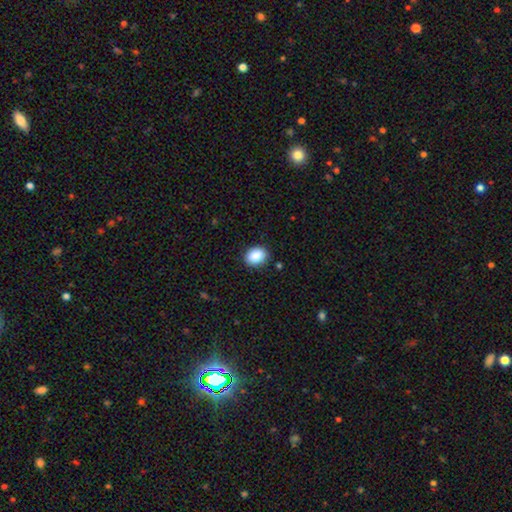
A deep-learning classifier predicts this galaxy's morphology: A smooth galaxy with no disk features (88%) that is in between round and cigar-shaped (66%).

Vote fractions:
- Smooth or featured? smooth: 88% / star or artifact: 8% / featured or disk: 3%
- How rounded? in between: 66% / round: 33% / cigar-shaped: 1%
- Merging? none: 87% / minor disturbance: 9% / major disturbance: 2% / merger: 1%